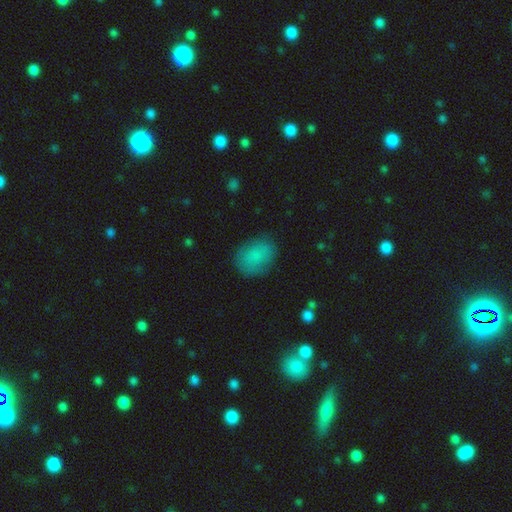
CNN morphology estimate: Overall: smooth (80%). How rounded: in between (60%; round 39%). Merging: none (77%).